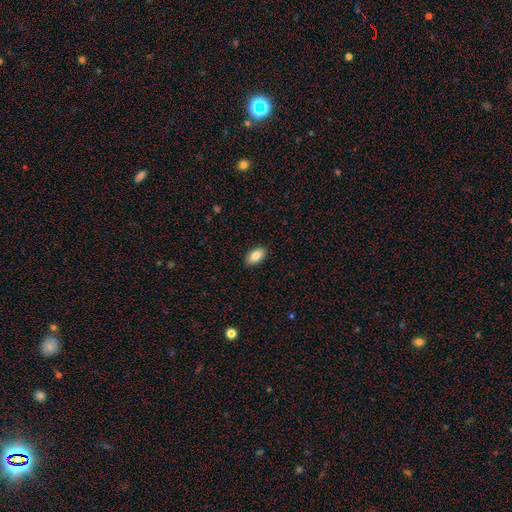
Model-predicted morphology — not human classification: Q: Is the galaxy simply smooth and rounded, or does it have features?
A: smooth — 84%.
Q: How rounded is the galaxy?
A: in between — 92%.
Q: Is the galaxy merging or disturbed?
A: none — 90%.